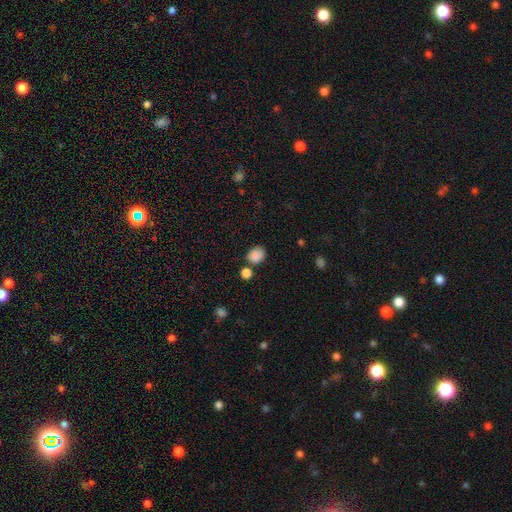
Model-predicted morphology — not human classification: A smooth galaxy with no disk features (86%) that is round (57%).

Vote fractions:
- Smooth or featured? smooth: 86% / star or artifact: 10% / featured or disk: 4%
- How rounded? round: 57% / in between: 42% / cigar-shaped: 1%
- Merging? none: 71% / minor disturbance: 14% / merger: 10% / major disturbance: 4%